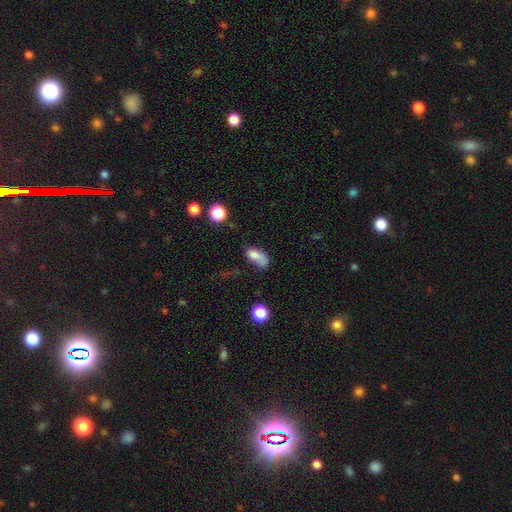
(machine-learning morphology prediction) Smooth or featured? Predicted: smooth (p=0.72). How rounded? Predicted: in between (p=0.83). Merging? Predicted: none (p=0.29).